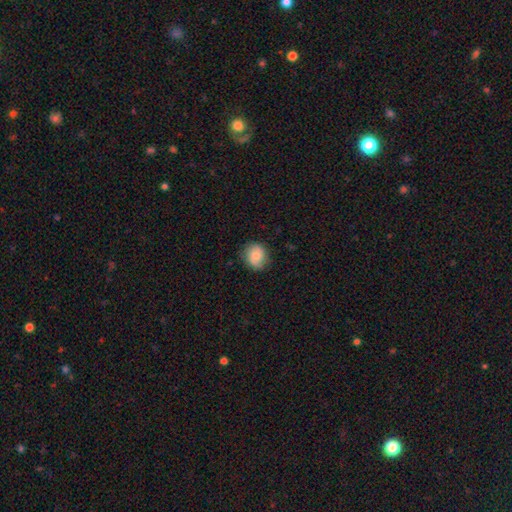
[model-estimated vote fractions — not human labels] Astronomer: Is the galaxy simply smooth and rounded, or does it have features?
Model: smooth — 75%.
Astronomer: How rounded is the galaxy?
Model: round — 72%.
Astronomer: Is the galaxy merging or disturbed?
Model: none — 77%.